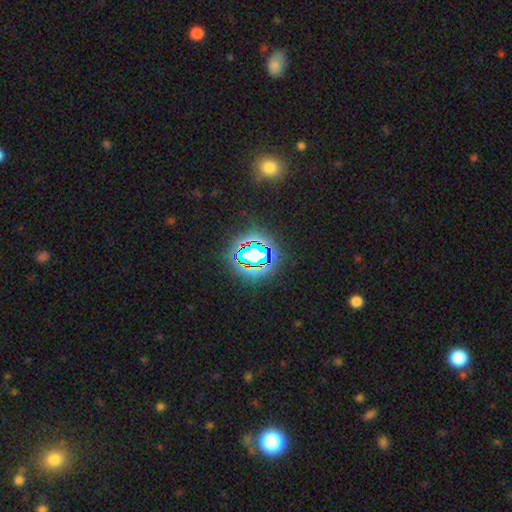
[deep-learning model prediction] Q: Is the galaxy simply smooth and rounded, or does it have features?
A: star or artifact — 78%.